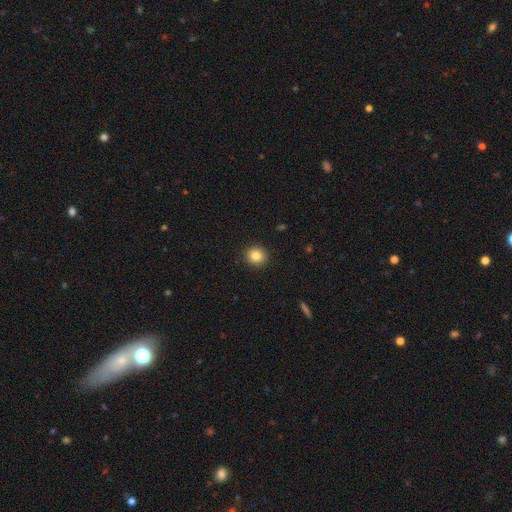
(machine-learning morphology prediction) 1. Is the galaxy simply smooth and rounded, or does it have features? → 84% smooth, 10% star or artifact, 5% featured or disk.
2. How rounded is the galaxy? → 91% round, 8% in between, 1% cigar-shaped.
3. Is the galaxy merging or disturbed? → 92% none, 5% minor disturbance, 2% major disturbance, 1% merger.